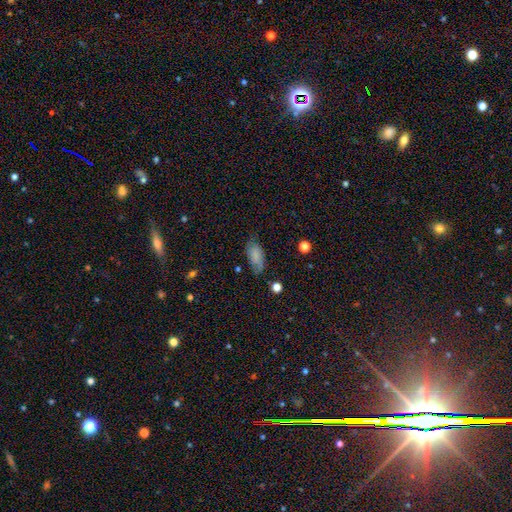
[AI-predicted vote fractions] Morphology: type=smooth (72%); roundness=in between (91%); merging=none (62%).